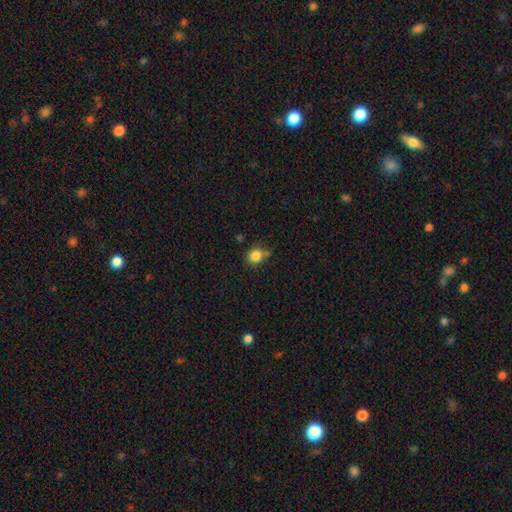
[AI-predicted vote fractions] Morphology: type=smooth (84%); roundness=round (85%); merging=none (68%).